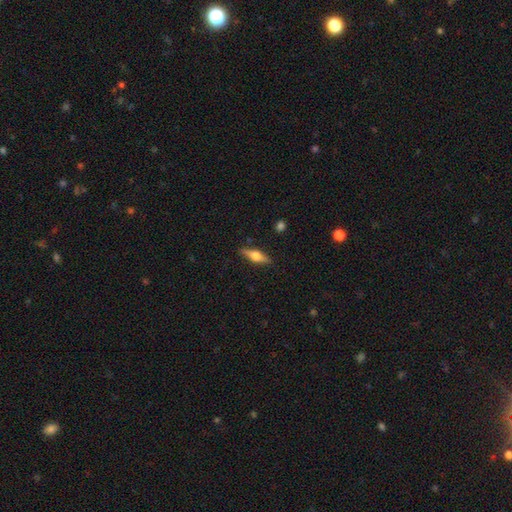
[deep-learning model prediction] The model was most divided on "smooth or featured": featured or disk: 54%, smooth: 40%, star or artifact: 6%. More confident: edge-on disk — yes (94%); edge-on bulge — rounded (93%); merging — none (88%).